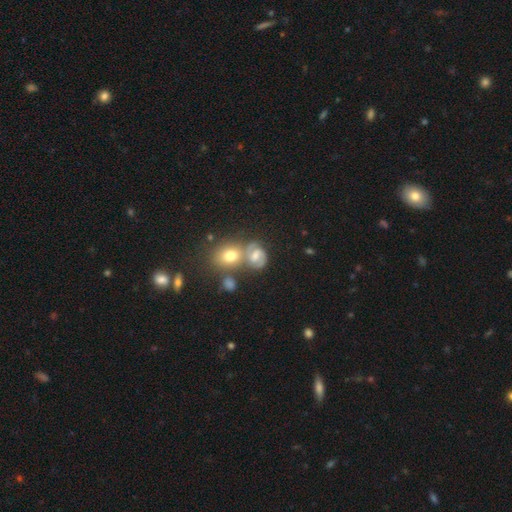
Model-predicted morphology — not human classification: Overall: featured or disk (62%; smooth 27%). Edge-on disk: no (97%). Bar: no (45%; weak 44%). Spiral arms: yes (88%). Spiral arm count: 2 (77%). Spiral winding: medium (48%; tight 40%). Bulge size: moderate (53%; small 26%). Merging: none (46%; merger 31%).